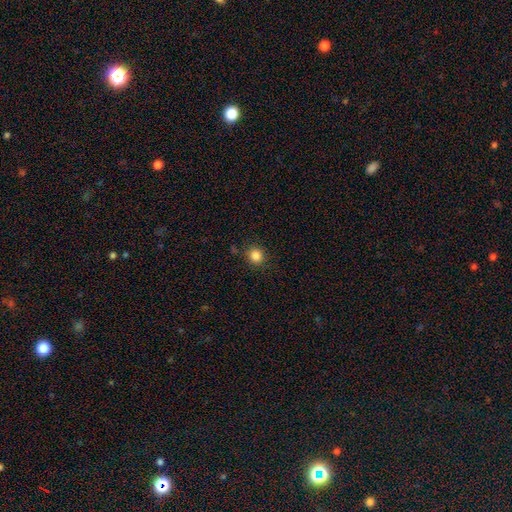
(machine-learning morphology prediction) This is clearly a smooth galaxy (84%). How rounded: clearly round (91%). Merging: clearly none (89%).